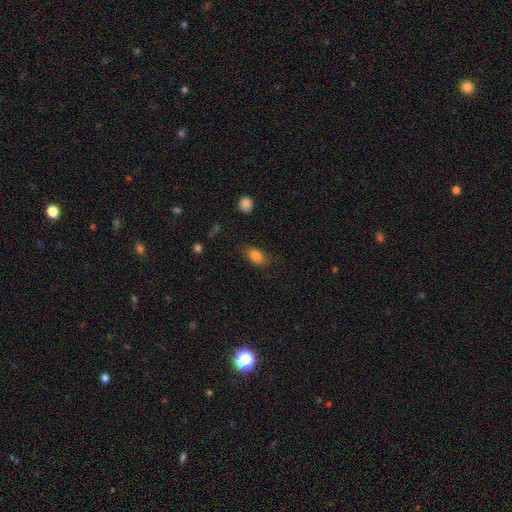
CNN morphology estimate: smooth-or-featured: smooth: 84% | star or artifact: 9% | featured or disk: 7%
  how-rounded: in between: 86% | round: 10% | cigar-shaped: 4%
  merging: none: 76% | minor disturbance: 17% | major disturbance: 5% | merger: 1%